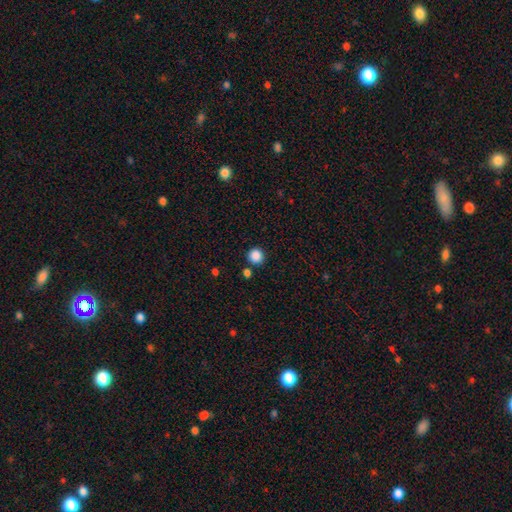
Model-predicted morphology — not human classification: A smooth galaxy with no disk features (86%) that is round (95%).

Vote fractions:
- Smooth or featured? smooth: 86% / star or artifact: 11% / featured or disk: 3%
- How rounded? round: 95% / in between: 4% / cigar-shaped: 1%
- Merging? none: 86% / minor disturbance: 6% / merger: 5% / major disturbance: 2%